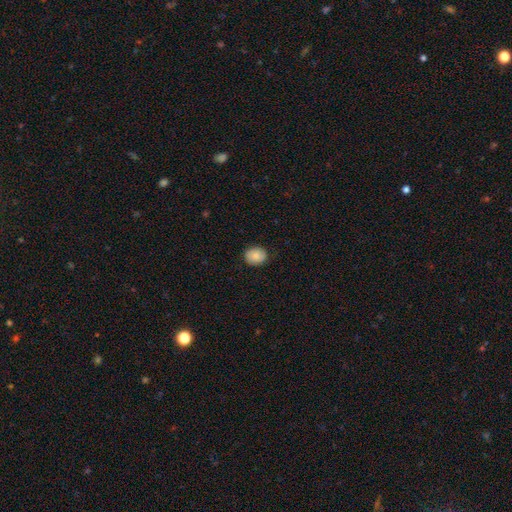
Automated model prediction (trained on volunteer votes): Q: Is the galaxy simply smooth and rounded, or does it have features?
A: smooth — 87%.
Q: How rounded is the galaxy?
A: round — 52%.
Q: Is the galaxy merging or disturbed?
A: none — 87%.